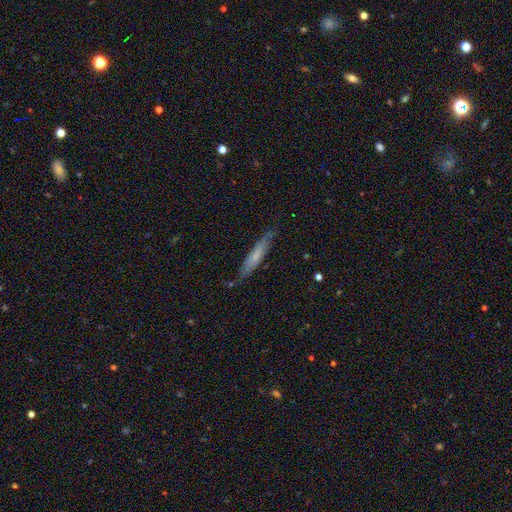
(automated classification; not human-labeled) Smooth or featured? smooth (59%)
How rounded? cigar-shaped (91%)
Merging? none (81%)